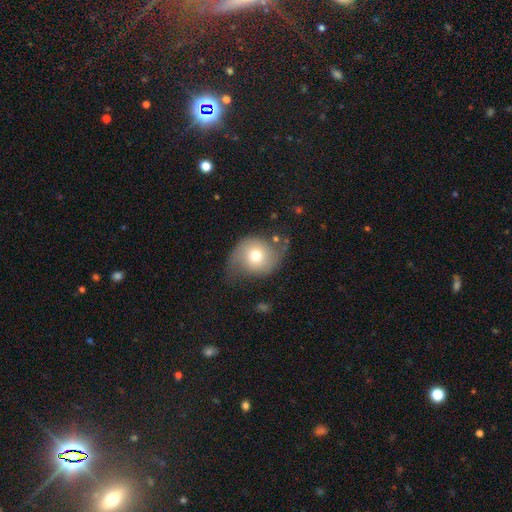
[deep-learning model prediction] smooth_or_featured: featured or disk (p=0.49) [alt: smooth p=0.42]
merging: none (p=0.51) [alt: minor disturbance p=0.30]